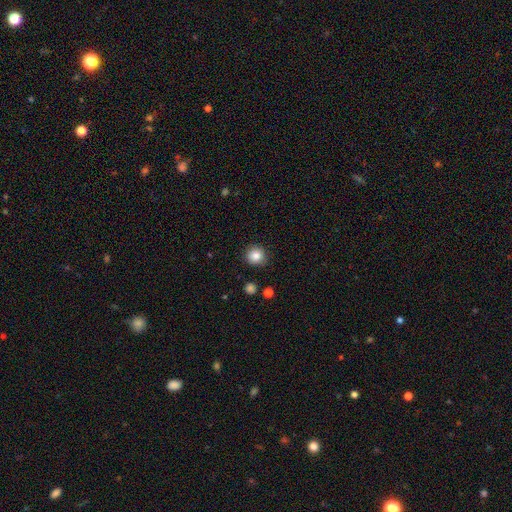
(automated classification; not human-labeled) smooth-or-featured: smooth: 85% | star or artifact: 10% | featured or disk: 5%
  how-rounded: round: 93% | in between: 6% | cigar-shaped: 1%
  merging: none: 90% | minor disturbance: 7% | major disturbance: 2% | merger: 2%